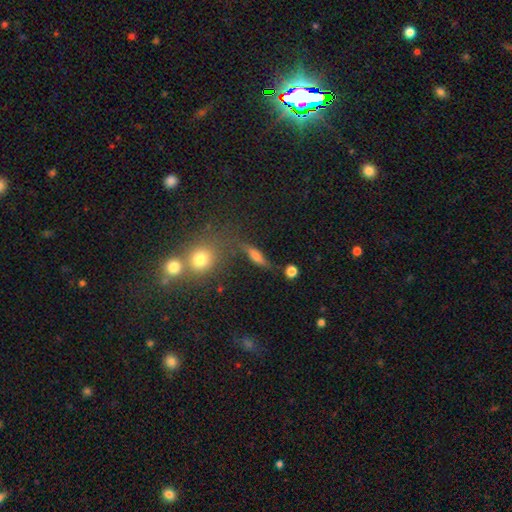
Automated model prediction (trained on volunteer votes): Q: Smooth or featured?
A: smooth (45%); runner-up: featured or disk (41%)
Q: Merging?
A: none (65%); runner-up: minor disturbance (17%)